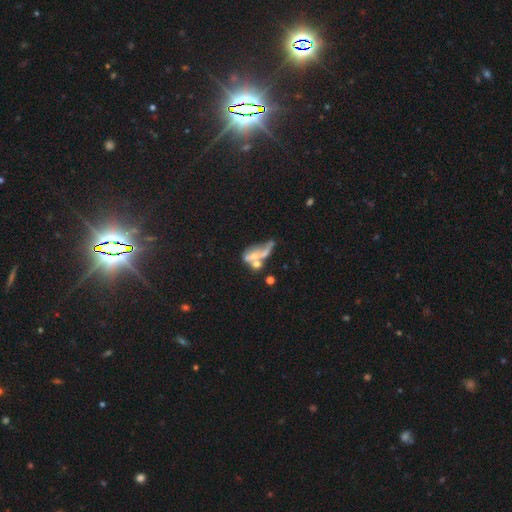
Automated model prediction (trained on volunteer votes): A featured or disk galaxy (48%). Merging: merger (47%).